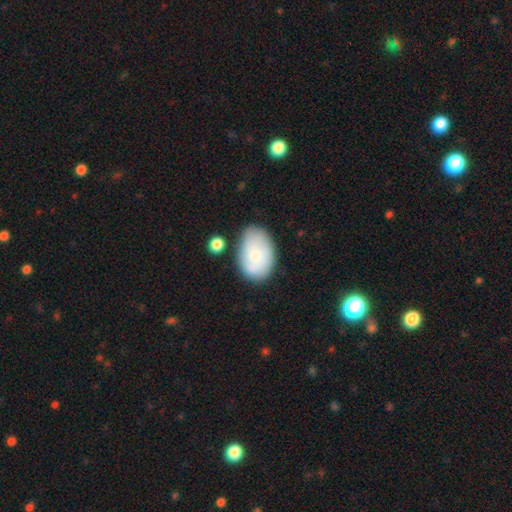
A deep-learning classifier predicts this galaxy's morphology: A smooth galaxy with no disk features (71%) that is in between round and cigar-shaped (88%). Merging: none (66%).